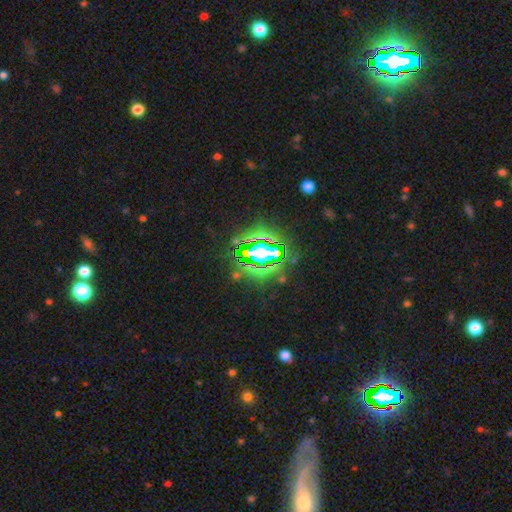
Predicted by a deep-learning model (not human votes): Smooth or featured? star or artifact (80%)